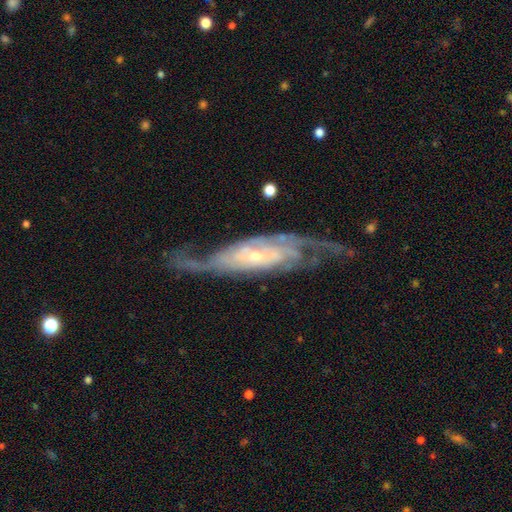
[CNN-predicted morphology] This is clearly a featured or disk galaxy (88%). It is clearly not viewed edge-on (84%). Bar: possibly no (56%). Spiral arm pattern: clearly yes (96%). Spiral arm count: possibly 2 (52%). Spiral winding: marginally tight (42%). Central bulge: likely small (72%). Merging: likely none (63%).